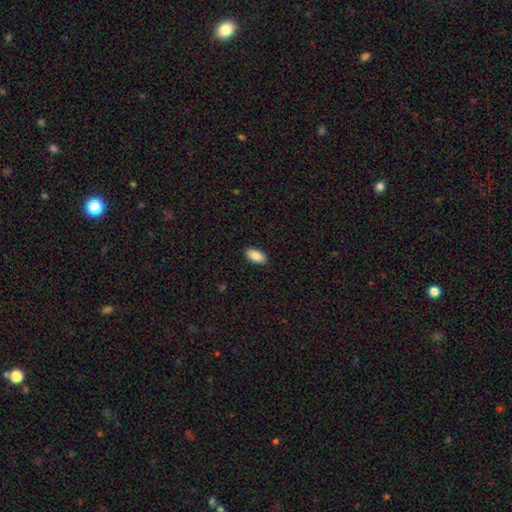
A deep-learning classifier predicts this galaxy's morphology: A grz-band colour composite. It shows a smooth galaxy with no disk features (90%) that is in between round and cigar-shaped (94%). Merging: none (90%).